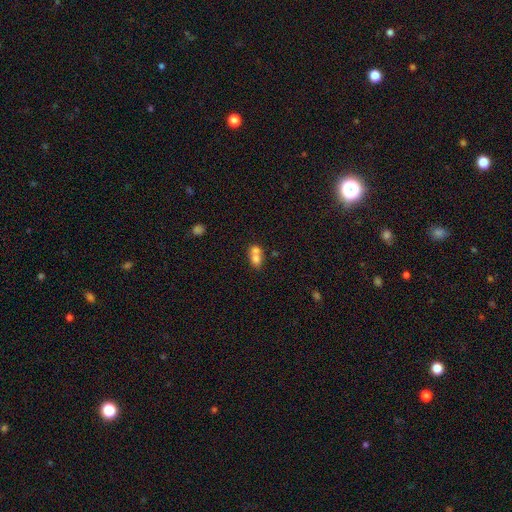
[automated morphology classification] The model was most divided on "how rounded": in between: 54%, round: 44%, cigar-shaped: 2%. More confident: smooth or featured — smooth (71%); merging — merger (70%).